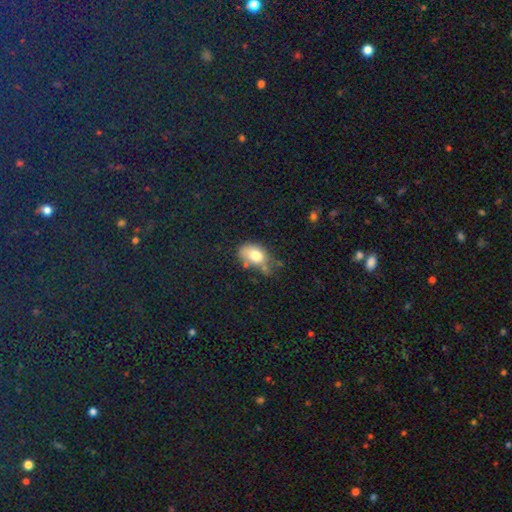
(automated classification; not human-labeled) Q: Smooth or featured?
A: smooth (76%); runner-up: featured or disk (15%)
Q: How rounded?
A: in between (82%); runner-up: round (17%)
Q: Merging?
A: none (40%); runner-up: minor disturbance (33%)